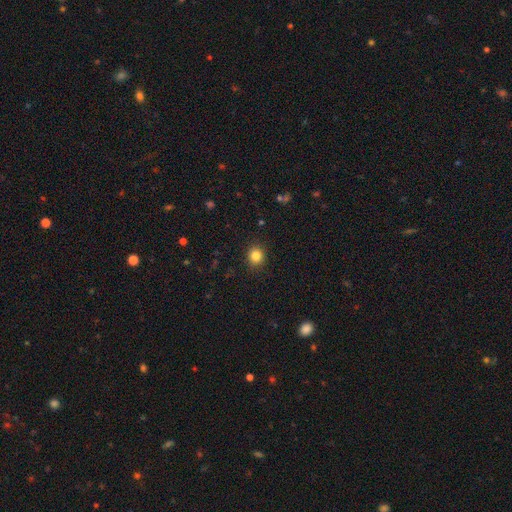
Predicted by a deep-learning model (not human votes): Smooth or featured? Predicted: smooth (p=0.84). How rounded? Predicted: round (p=0.84). Merging? Predicted: none (p=0.90).